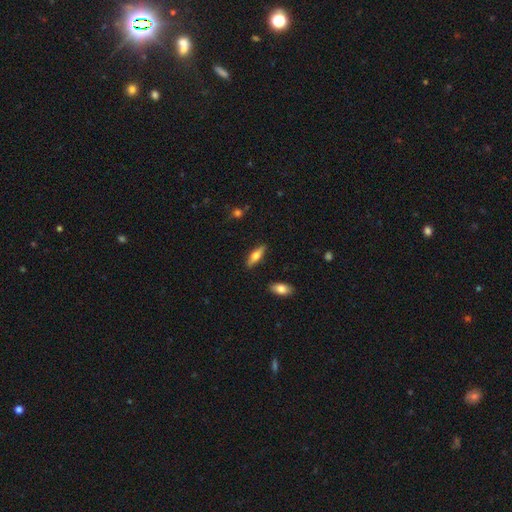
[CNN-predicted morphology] Smooth or featured? Predicted: smooth (p=0.58). How rounded? Predicted: in between (p=0.50). Merging? Predicted: none (p=0.87).